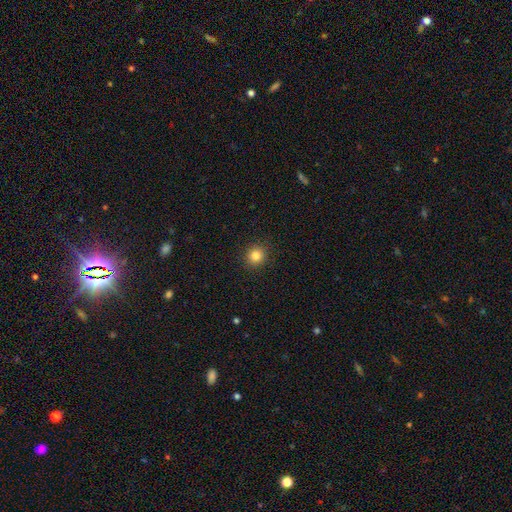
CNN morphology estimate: A smooth galaxy with no disk features (83%) that is round (89%).

Vote fractions:
- Smooth or featured? smooth: 83% / star or artifact: 12% / featured or disk: 5%
- How rounded? round: 89% / in between: 10% / cigar-shaped: 1%
- Merging? none: 92% / minor disturbance: 5% / major disturbance: 2% / merger: 1%